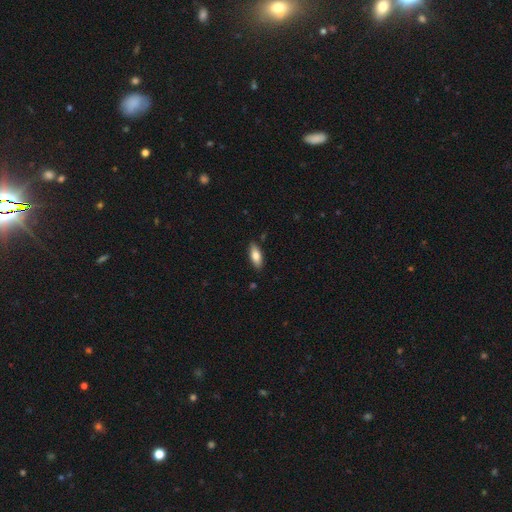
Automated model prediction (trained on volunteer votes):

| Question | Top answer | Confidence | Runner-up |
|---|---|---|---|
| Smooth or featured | smooth | 78% | featured or disk (15%) |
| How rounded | in between | 80% | cigar-shaped (18%) |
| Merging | none | 87% | minor disturbance (10%) |